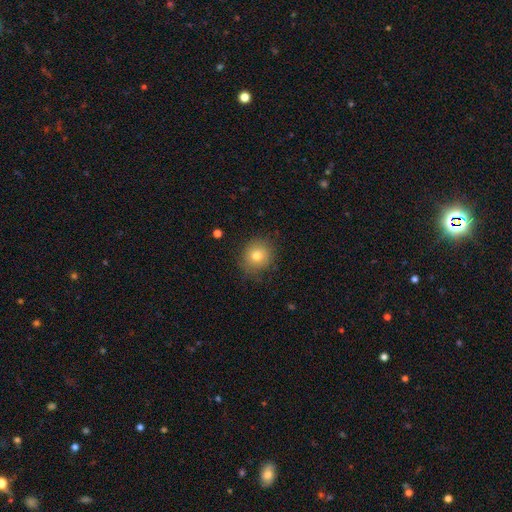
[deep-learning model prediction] Smooth or featured: smooth — 78% (star or artifact — 11%)
How rounded: round — 86% (in between — 13%)
Merging: none — 83% (minor disturbance — 13%)